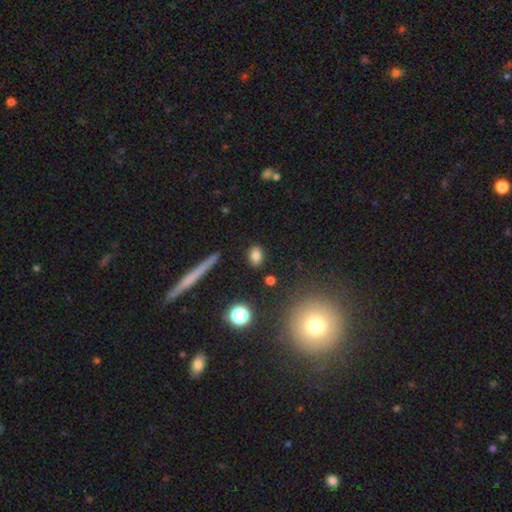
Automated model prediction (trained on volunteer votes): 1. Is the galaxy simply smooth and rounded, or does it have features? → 80% smooth, 12% star or artifact, 9% featured or disk.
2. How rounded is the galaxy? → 75% in between, 22% round, 3% cigar-shaped.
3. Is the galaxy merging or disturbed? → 86% none, 9% minor disturbance, 2% major disturbance, 2% merger.